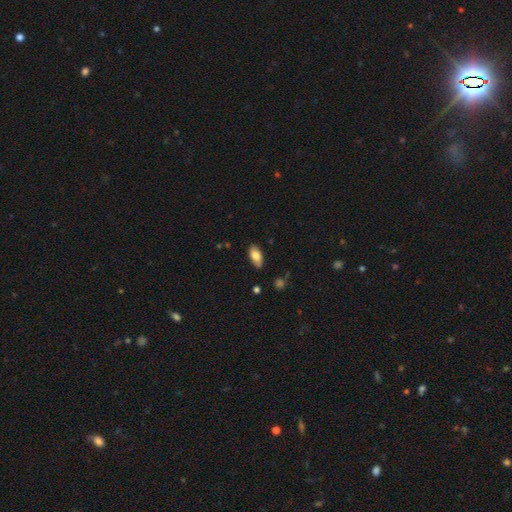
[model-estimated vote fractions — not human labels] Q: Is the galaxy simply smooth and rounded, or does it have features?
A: smooth — 78%.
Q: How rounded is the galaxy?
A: in between — 91%.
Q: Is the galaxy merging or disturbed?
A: none — 81%.